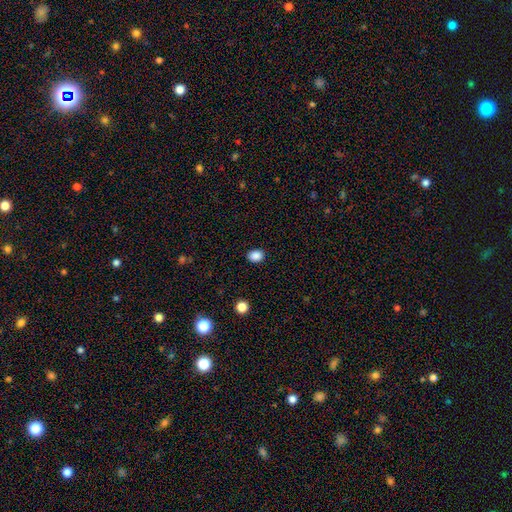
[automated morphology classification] type=smooth (87%); roundness=in between (55%); merging=none (89%).